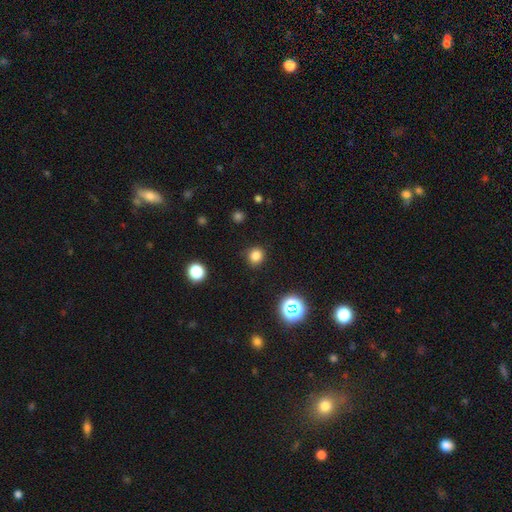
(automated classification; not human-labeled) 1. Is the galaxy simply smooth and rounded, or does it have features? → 81% smooth, 15% star or artifact, 4% featured or disk.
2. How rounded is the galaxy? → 85% round, 14% in between, 1% cigar-shaped.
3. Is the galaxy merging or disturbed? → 88% none, 8% minor disturbance, 3% major disturbance, 1% merger.